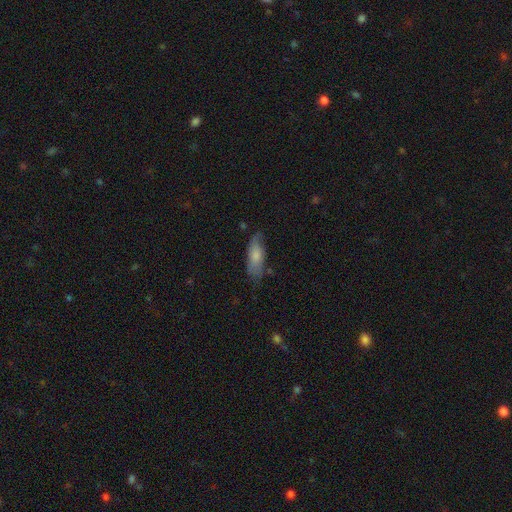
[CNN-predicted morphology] A smooth galaxy with no disk features (67%) that is in between round and cigar-shaped (67%). Merging: none (61%).